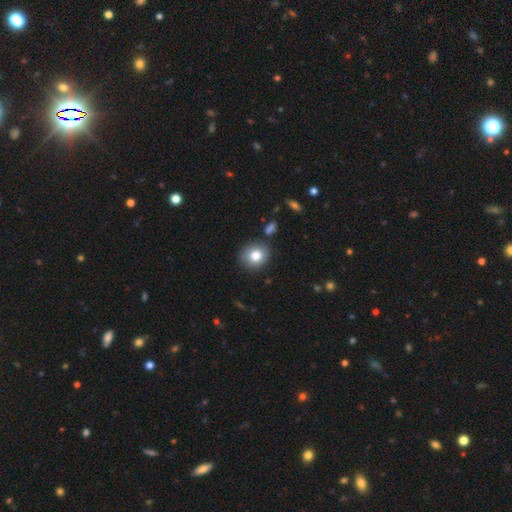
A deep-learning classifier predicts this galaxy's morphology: A smooth galaxy with no disk features (80%) that is round (73%).

Vote fractions:
- Smooth or featured? smooth: 80% / featured or disk: 11% / star or artifact: 9%
- How rounded? round: 73% / in between: 26% / cigar-shaped: 1%
- Merging? none: 83% / minor disturbance: 10% / merger: 4% / major disturbance: 3%